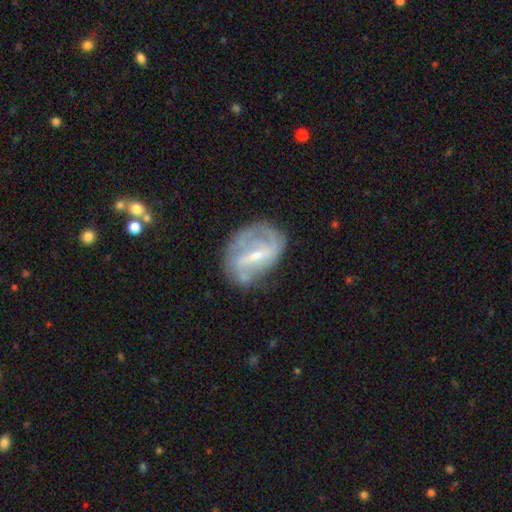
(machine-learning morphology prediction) smooth-or-featured: featured or disk: 75% | smooth: 17% | star or artifact: 7%
  disk-edge-on: no: 95% | yes: 5%
    bar: weak: 44% | strong: 42% | no: 14%
    has-spiral-arms: yes: 76% | no: 24%
      spiral-winding: medium: 37% | tight: 34% | loose: 29%
      spiral-arm-count: 2: 47% | can't tell: 30% | 1: 10% | 3: 9% | 4: 3% | more than 4: 2%
    bulge-size: small: 59% | moderate: 34% | none: 5% | large: 2% | dominant: 1%
  merging: none: 57% | minor disturbance: 25% | major disturbance: 14% | merger: 3%